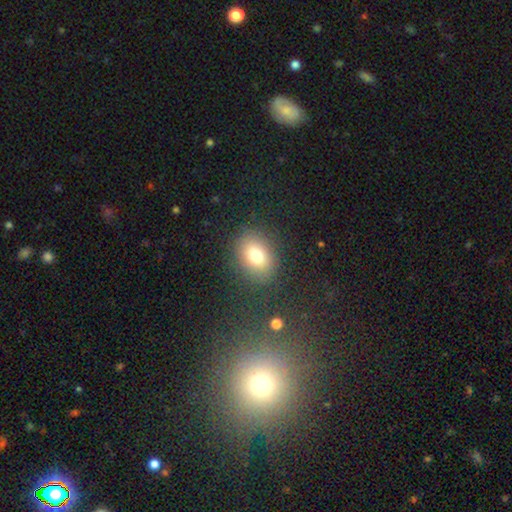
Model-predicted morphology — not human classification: A smooth galaxy with no disk features (79%) that is in between round and cigar-shaped (68%). Merging: none (83%).